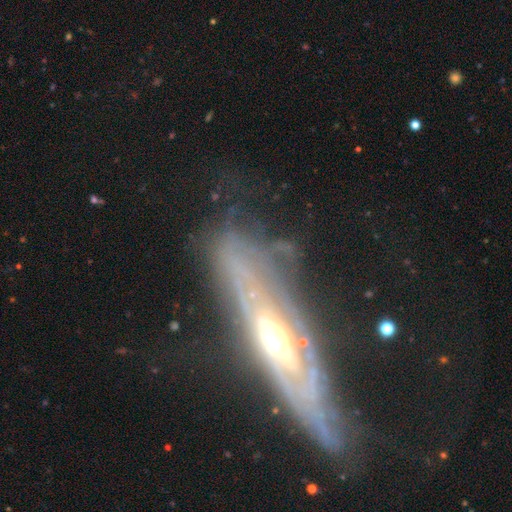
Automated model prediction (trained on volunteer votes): Overall: featured or disk (82%). Edge-on disk: no (60%; yes 40%). Merging: none (64%).